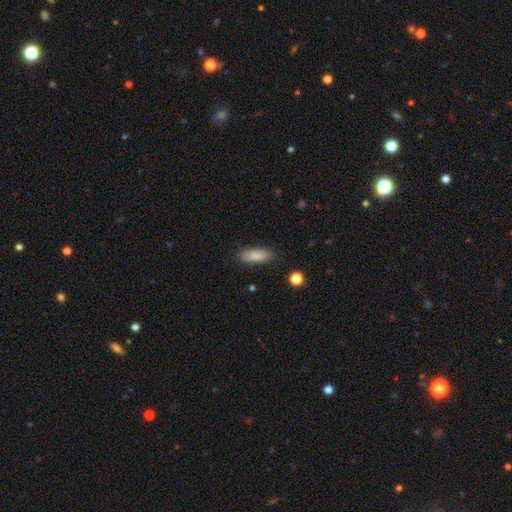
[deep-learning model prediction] Smooth or featured? smooth (85%)
How rounded? in between (57%)
Merging? none (86%)